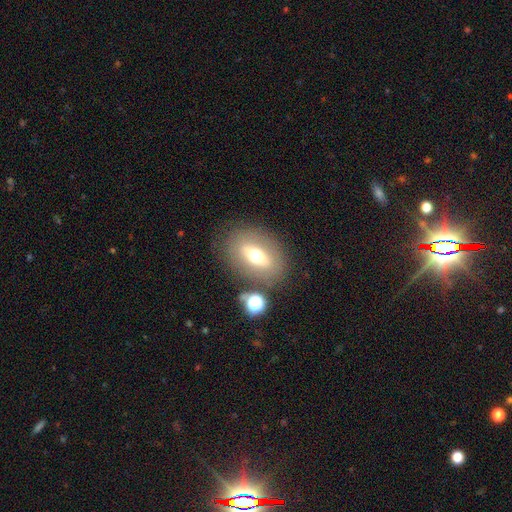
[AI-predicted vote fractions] Morphology: type=smooth (53%); roundness=in between (76%); merging=none (76%).